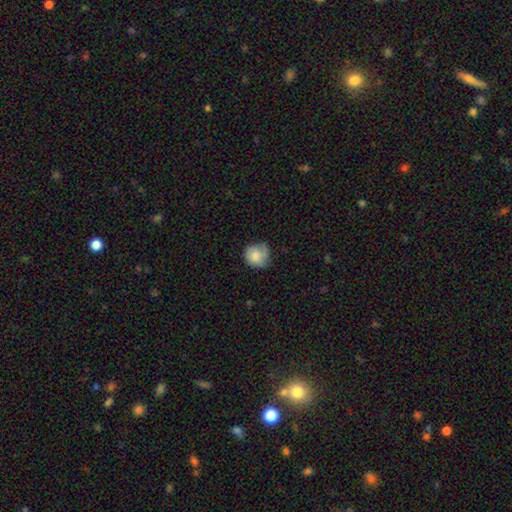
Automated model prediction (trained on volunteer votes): A smooth galaxy with no disk features (72%) that is round (82%).

Vote fractions:
- Smooth or featured? smooth: 72% / featured or disk: 21% / star or artifact: 7%
- How rounded? round: 82% / in between: 17% / cigar-shaped: 1%
- Merging? none: 56% / minor disturbance: 32% / major disturbance: 10% / merger: 2%